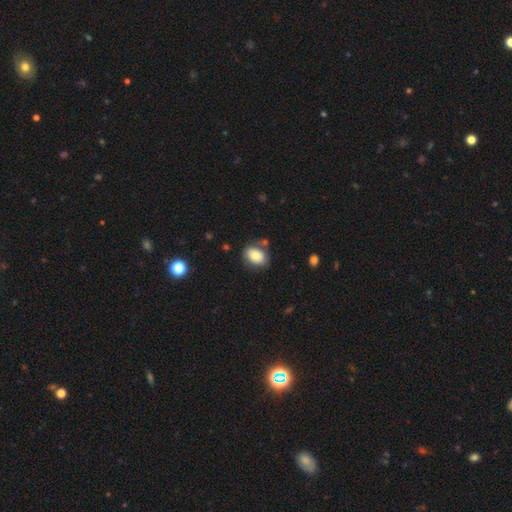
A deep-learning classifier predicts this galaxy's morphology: type=smooth (77%); roundness=in between (77%); merging=none (71%).